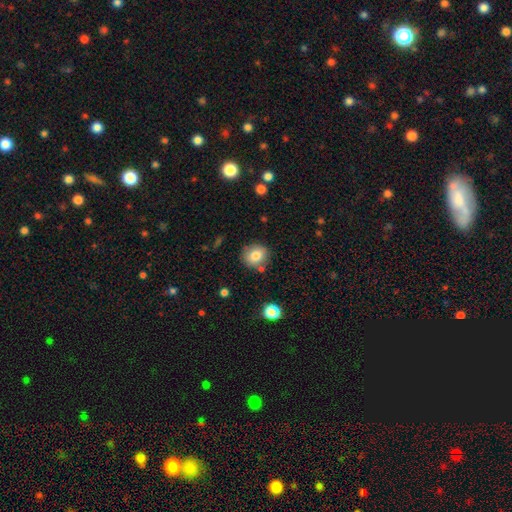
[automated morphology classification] Q: Smooth or featured?
A: smooth (79%); runner-up: featured or disk (11%)
Q: How rounded?
A: round (82%); runner-up: in between (17%)
Q: Merging?
A: none (81%); runner-up: minor disturbance (11%)